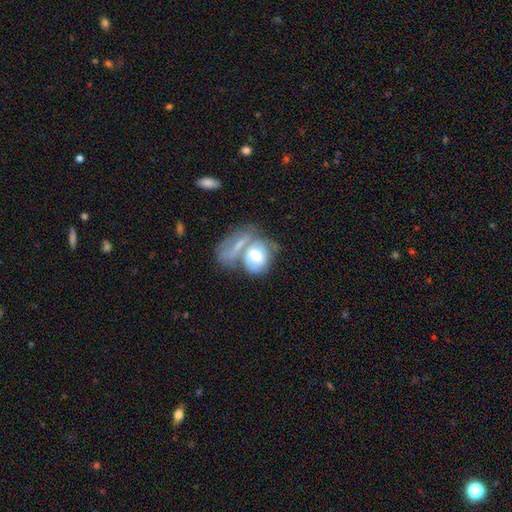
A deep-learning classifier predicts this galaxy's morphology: The model was most divided on "how rounded": in between: 56%, round: 42%, cigar-shaped: 2%. More confident: smooth or featured — smooth (55%); merging — merger (53%).